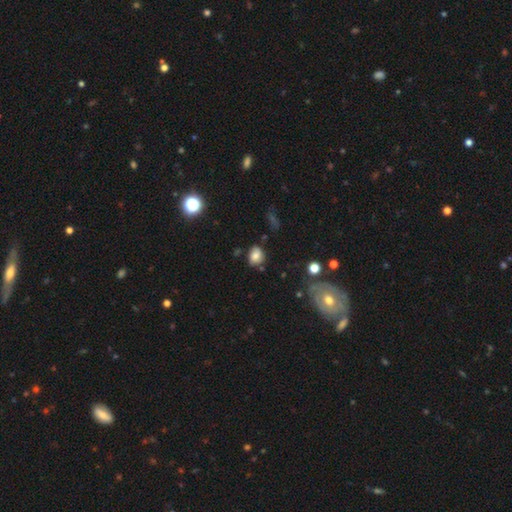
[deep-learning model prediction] Morphology: type=smooth (76%); roundness=round (50%); merging=none (68%).